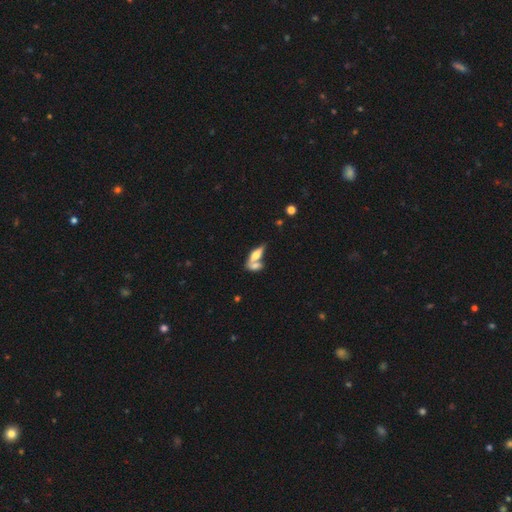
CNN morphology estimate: A smooth galaxy with no disk features (55%) that is in between round and cigar-shaped (61%). Merging: merger (55%).